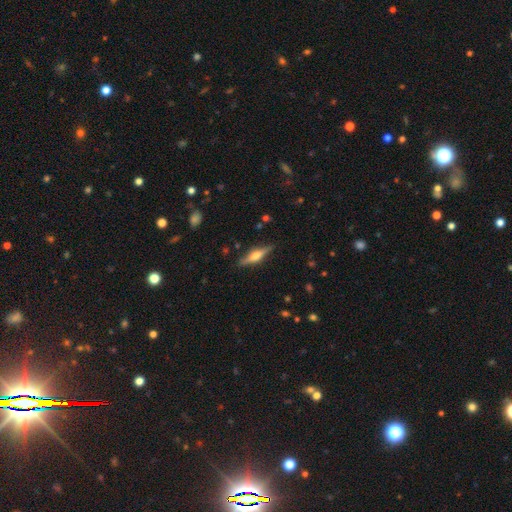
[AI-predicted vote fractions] This is likely a featured or disk galaxy (66%). It is clearly viewed edge-on (97%). Edge-on bulge: clearly rounded (88%). Merging: clearly none (87%).